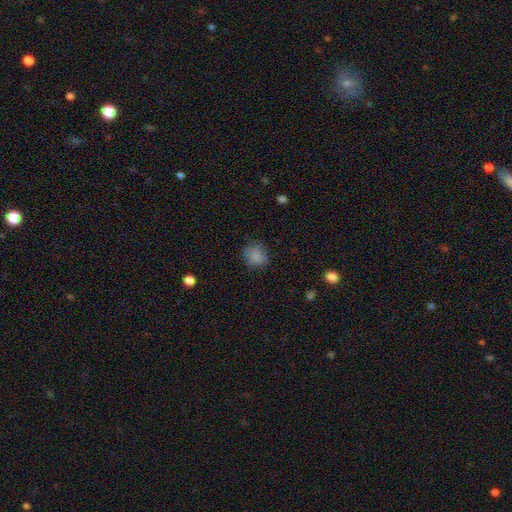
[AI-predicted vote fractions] This is clearly a smooth galaxy (82%). How rounded: likely round (70%). Merging: likely none (76%).